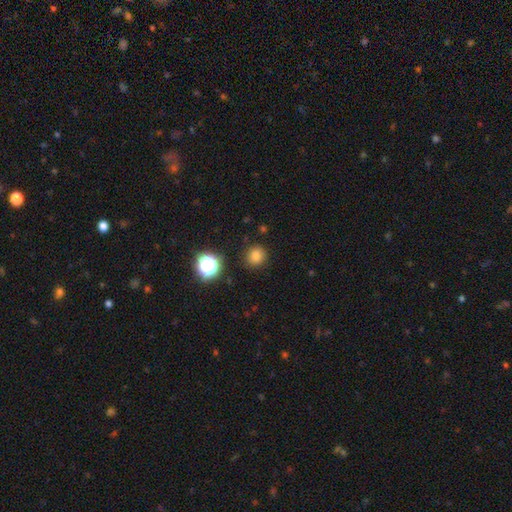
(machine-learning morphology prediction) This appears to be a smooth galaxy with no disk features (80%) that is round (90%). Merging: none (88%).